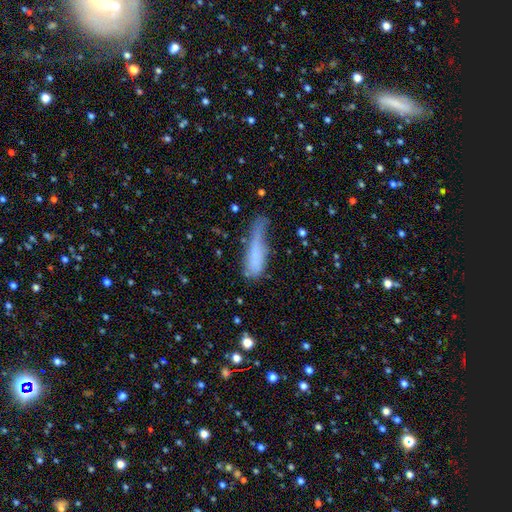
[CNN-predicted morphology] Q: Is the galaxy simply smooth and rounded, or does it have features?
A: smooth — 70%.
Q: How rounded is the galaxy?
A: cigar-shaped — 65%.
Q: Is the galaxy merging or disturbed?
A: minor disturbance — 35%.